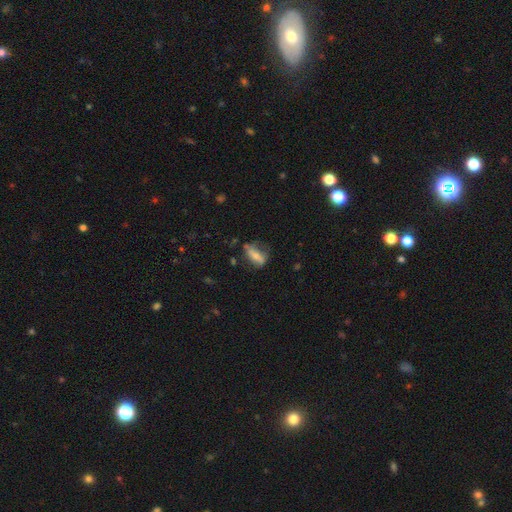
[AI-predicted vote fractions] Smooth or featured? smooth (54%)
How rounded? in between (71%)
Merging? none (47%)